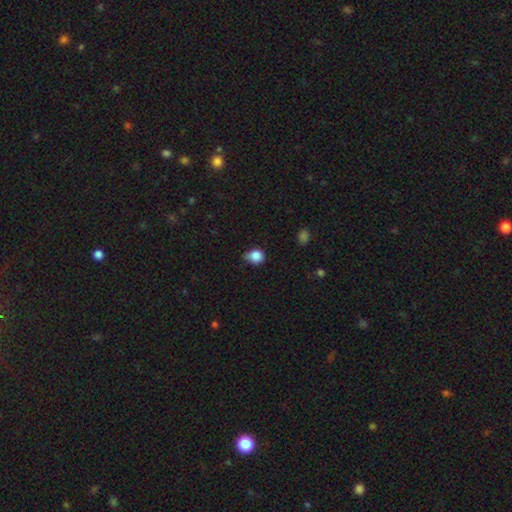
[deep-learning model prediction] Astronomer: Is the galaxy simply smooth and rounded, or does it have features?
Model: smooth — 85%.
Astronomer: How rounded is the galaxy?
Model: round — 69%.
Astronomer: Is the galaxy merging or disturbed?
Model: none — 48% (runner-up: minor disturbance, 42%).